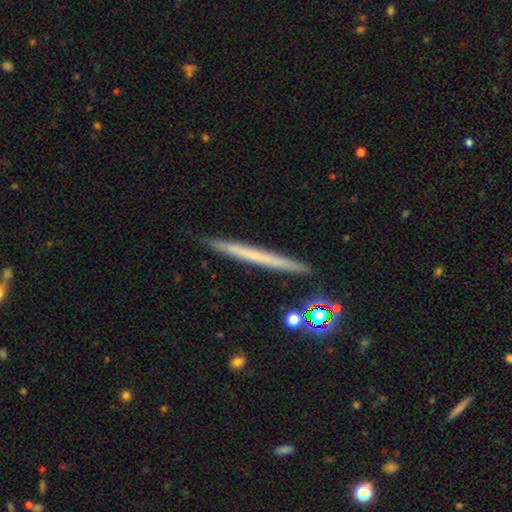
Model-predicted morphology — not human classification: Q: Smooth or featured?
A: featured or disk (46%); runner-up: smooth (45%)
Q: Merging?
A: none (91%); runner-up: minor disturbance (6%)